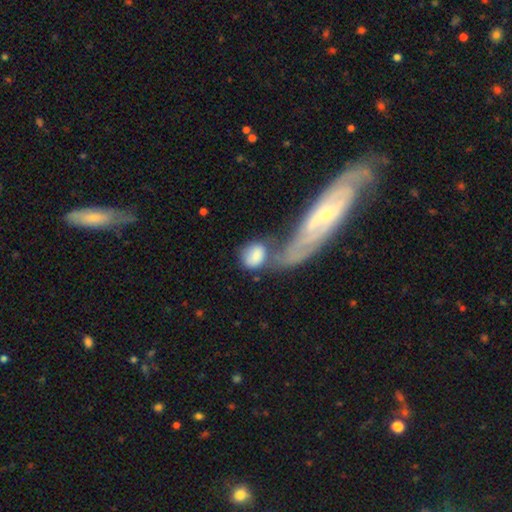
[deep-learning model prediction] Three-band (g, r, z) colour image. It shows a smooth galaxy with no disk features (78%) that is in between round and cigar-shaped (51%). Merging: merger (37%).